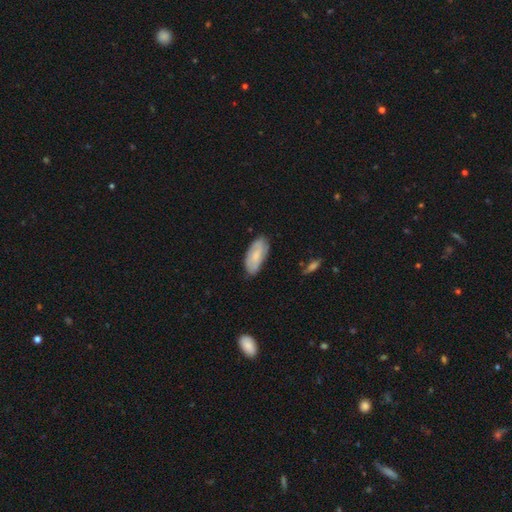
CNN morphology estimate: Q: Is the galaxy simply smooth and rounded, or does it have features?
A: smooth — 68%.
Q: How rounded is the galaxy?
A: in between — 90%.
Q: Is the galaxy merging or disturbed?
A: none — 76%.